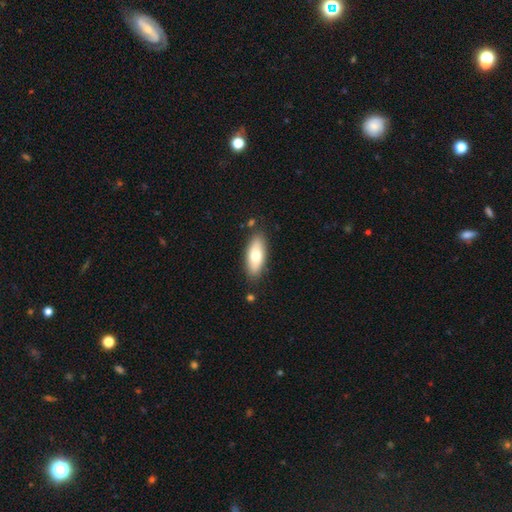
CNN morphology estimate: smooth_or_featured: smooth (p=0.70) [alt: featured or disk p=0.24]
how_rounded: in between (p=0.78) [alt: cigar-shaped p=0.20]
merging: none (p=0.84) [alt: minor disturbance p=0.11]